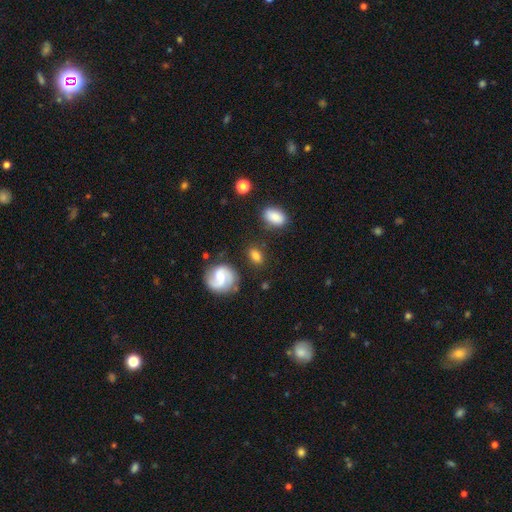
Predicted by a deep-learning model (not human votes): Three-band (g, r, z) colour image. It shows a smooth galaxy with no disk features (67%) that is in between round and cigar-shaped (73%). Merging: none (72%).